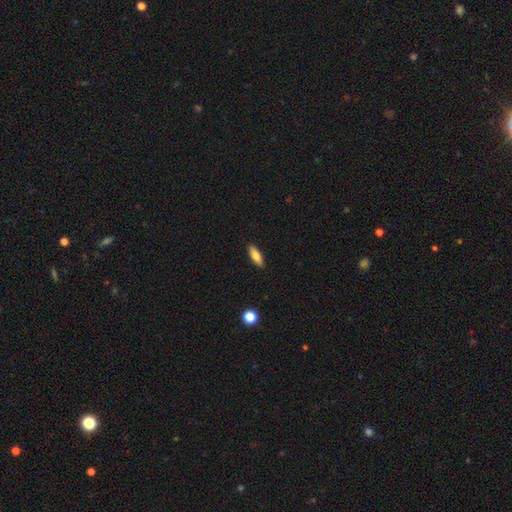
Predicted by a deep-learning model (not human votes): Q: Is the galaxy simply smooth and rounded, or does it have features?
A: smooth — 75%.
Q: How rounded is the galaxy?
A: in between — 63%.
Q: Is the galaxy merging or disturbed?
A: none — 89%.